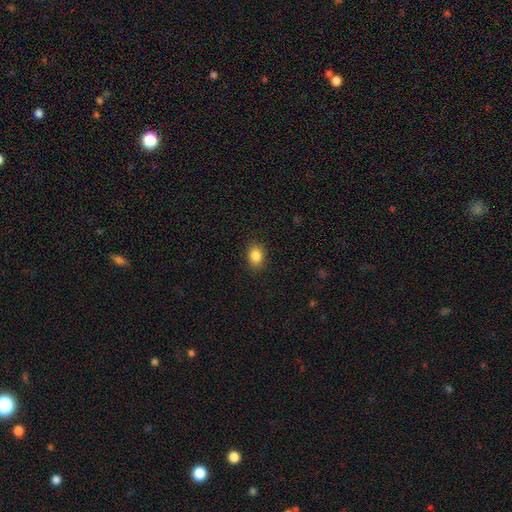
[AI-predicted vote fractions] smooth-or-featured: smooth: 86% | star or artifact: 9% | featured or disk: 5%
  how-rounded: in between: 69% | round: 30% | cigar-shaped: 1%
  merging: none: 88% | minor disturbance: 9% | major disturbance: 2% | merger: 1%